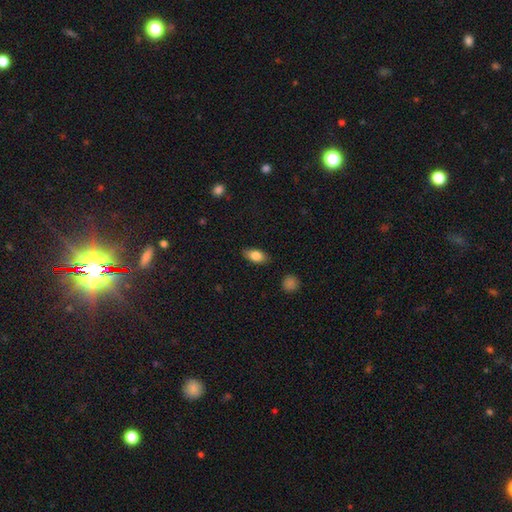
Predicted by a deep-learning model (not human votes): Smooth or featured? Predicted: smooth (p=0.82). How rounded? Predicted: in between (p=0.89). Merging? Predicted: none (p=0.86).